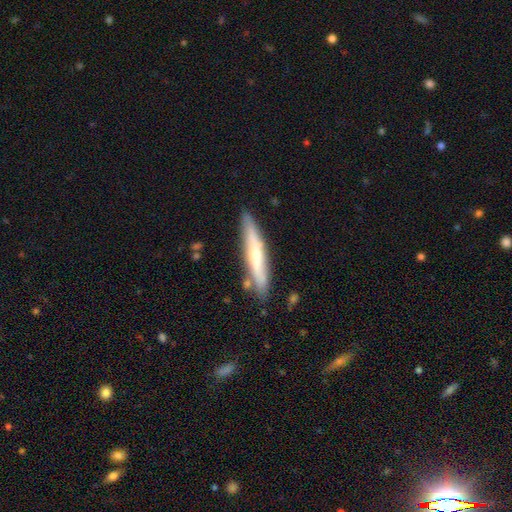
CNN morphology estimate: This appears to be a featured or disk galaxy (48%). Merging: none (81%).